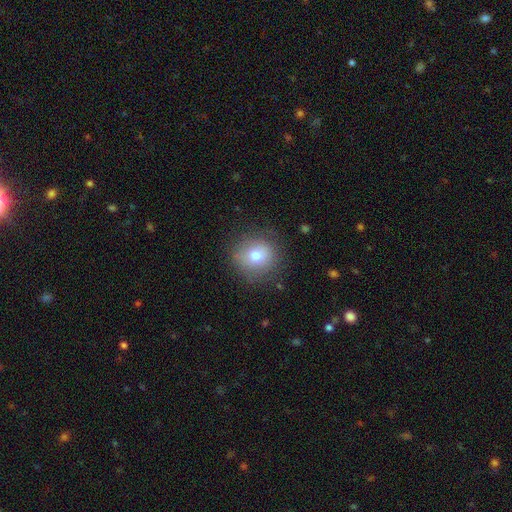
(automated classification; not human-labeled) Smooth or featured? Predicted: smooth (p=0.75). How rounded? Predicted: round (p=0.85). Merging? Predicted: none (p=0.81).